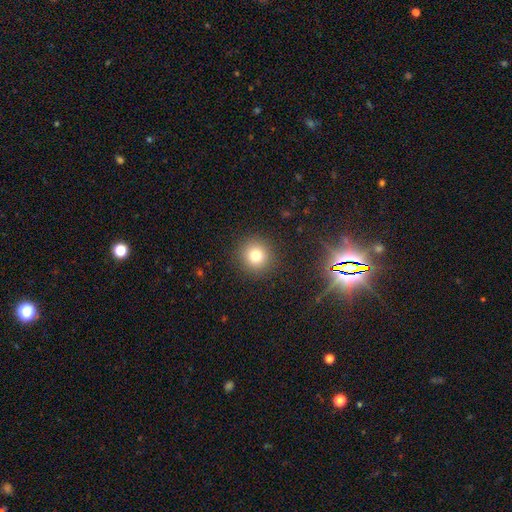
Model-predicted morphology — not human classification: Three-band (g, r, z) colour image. It shows a smooth galaxy with no disk features (77%) that is round (93%). Merging: none (90%).